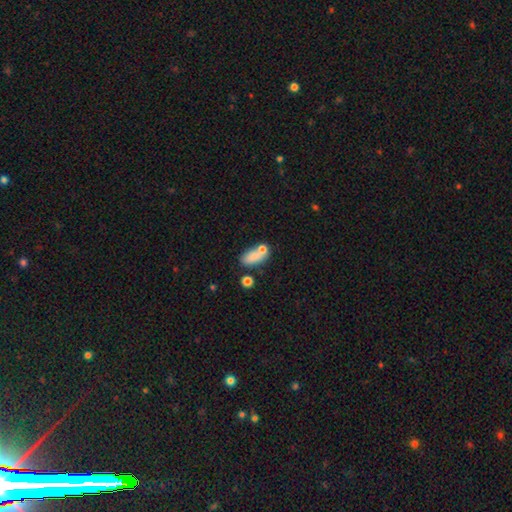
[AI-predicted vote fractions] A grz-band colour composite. It shows a smooth galaxy with no disk features (79%) that is in between round and cigar-shaped (85%). Merging: none (51%).